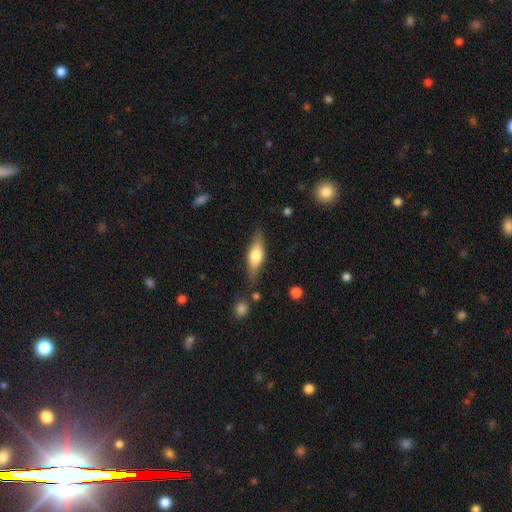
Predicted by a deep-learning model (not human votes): Morphology: type=featured or disk (47%); merging=none (79%).